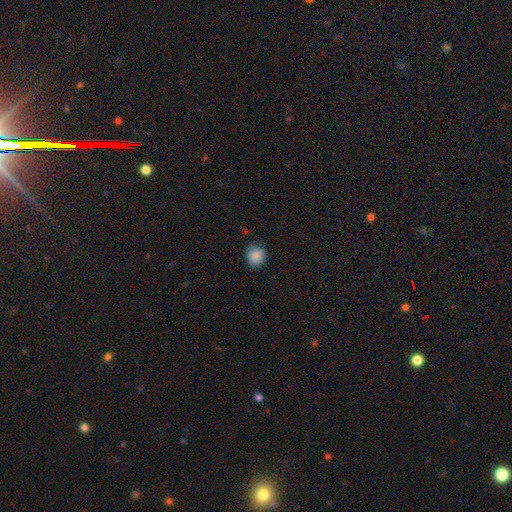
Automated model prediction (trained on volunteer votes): smooth_or_featured: smooth (p=0.87) [alt: star or artifact p=0.09]
how_rounded: round (p=0.75) [alt: in between p=0.24]
merging: none (p=0.76) [alt: minor disturbance p=0.19]